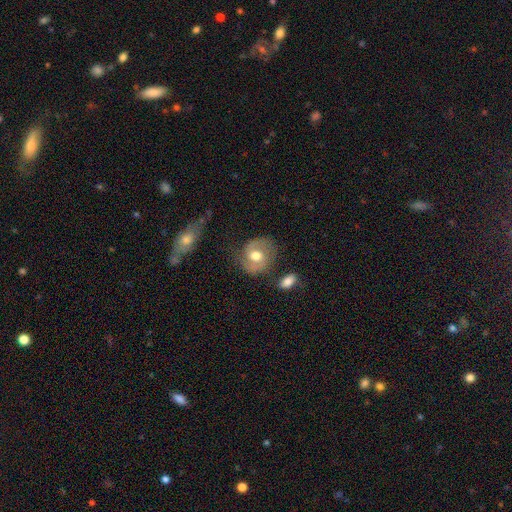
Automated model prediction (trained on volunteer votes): This is likely a featured or disk galaxy (63%). It is clearly not viewed edge-on (97%). Bar: possibly no (47%). Spiral arm pattern: clearly yes (84%). Spiral arm count: clearly 2 (86%). Spiral winding: possibly medium (51%). Central bulge: likely moderate (72%). Merging: likely none (70%).